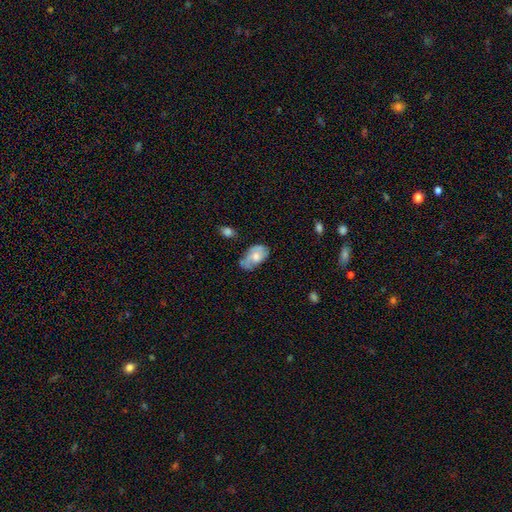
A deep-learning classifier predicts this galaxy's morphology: Smooth or featured? Predicted: smooth (p=0.52). How rounded? Predicted: in between (p=0.91). Merging? Predicted: none (p=0.42).